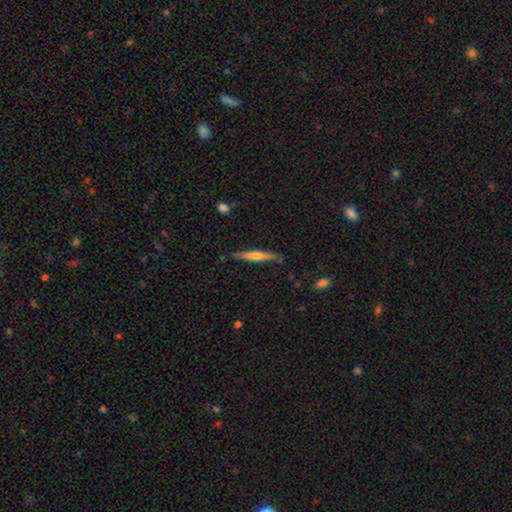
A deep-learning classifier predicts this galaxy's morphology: Smooth or featured? Predicted: featured or disk (p=0.57). Edge-on disk? Predicted: yes (p=0.97). Edge-on bulge? Predicted: rounded (p=0.65). Merging? Predicted: none (p=0.86).